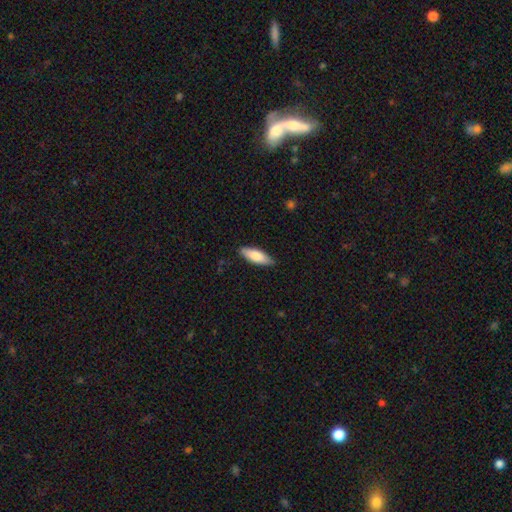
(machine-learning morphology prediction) Overall: smooth (80%). How rounded: in between (64%; cigar-shaped 34%). Merging: none (85%).